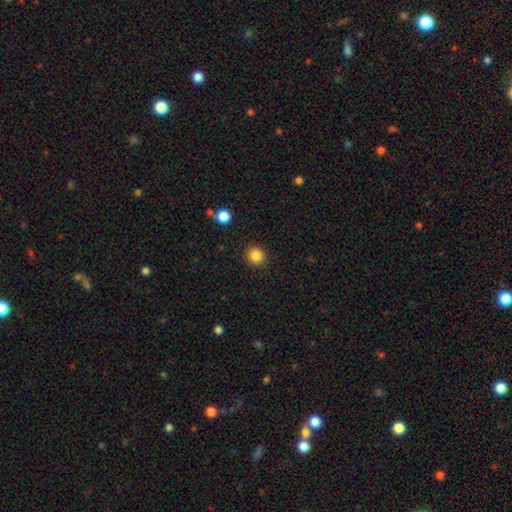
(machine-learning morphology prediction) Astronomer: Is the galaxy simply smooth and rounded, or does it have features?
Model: smooth — 85%.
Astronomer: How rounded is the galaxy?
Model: round — 87%.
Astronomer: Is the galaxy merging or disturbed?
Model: none — 91%.